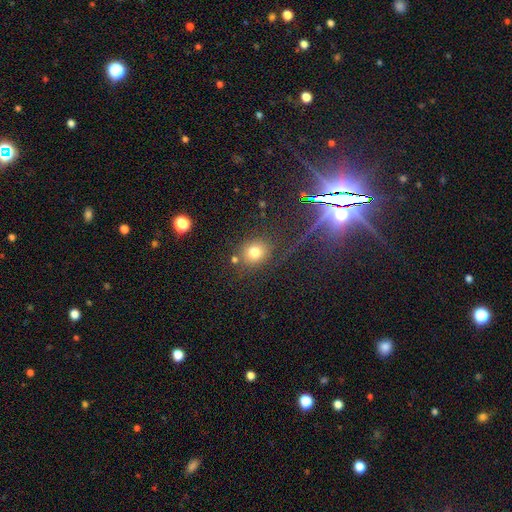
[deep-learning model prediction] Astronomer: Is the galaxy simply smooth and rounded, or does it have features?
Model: smooth — 58%.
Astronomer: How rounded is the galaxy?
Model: round — 77%.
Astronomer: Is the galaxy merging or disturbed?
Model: none — 82%.